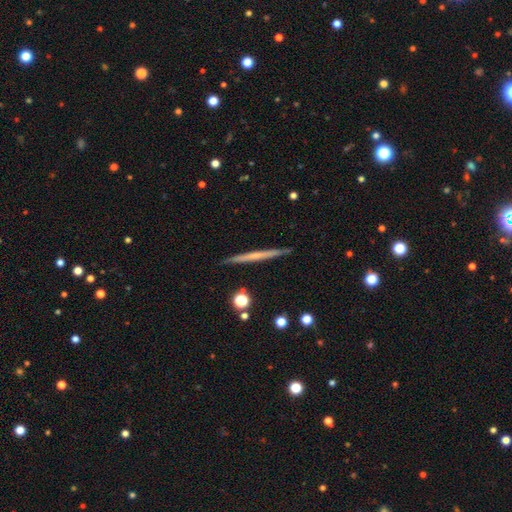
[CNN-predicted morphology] This is possibly a featured or disk galaxy (55%). It is clearly viewed edge-on (98%). Edge-on bulge: clearly none (80%). Merging: clearly none (92%).